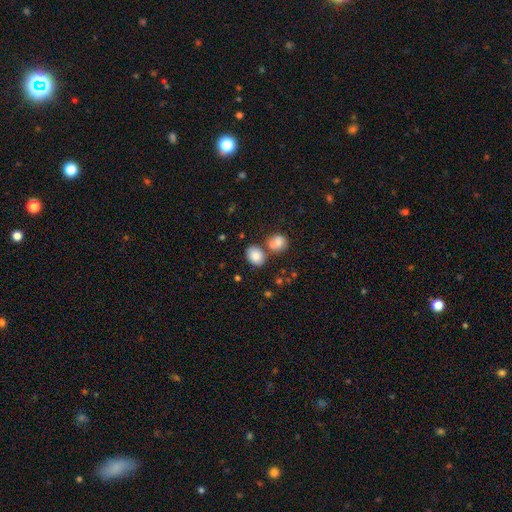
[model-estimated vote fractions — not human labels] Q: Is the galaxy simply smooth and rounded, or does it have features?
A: smooth — 85%.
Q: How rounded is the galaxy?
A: in between — 59%.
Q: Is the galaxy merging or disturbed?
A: none — 57%.